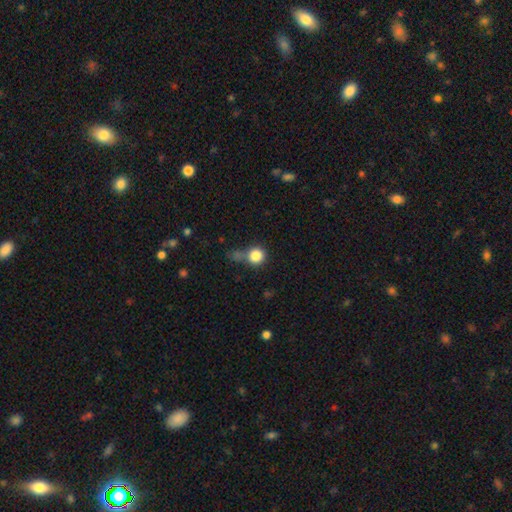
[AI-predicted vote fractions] smooth 84%, star or artifact 10%, featured or disk 6%. Down the decision tree: how rounded — round (92%); merging — none (56%).